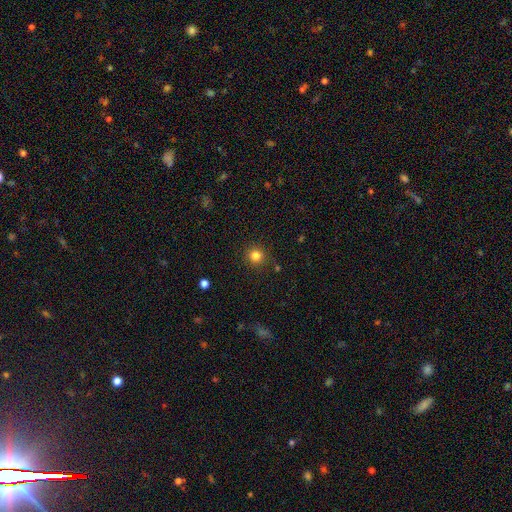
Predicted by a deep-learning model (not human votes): A smooth galaxy with no disk features (82%) that is round (93%).

Vote fractions:
- Smooth or featured? smooth: 82% / star or artifact: 13% / featured or disk: 5%
- How rounded? round: 93% / in between: 6% / cigar-shaped: 1%
- Merging? none: 89% / minor disturbance: 7% / major disturbance: 2% / merger: 2%